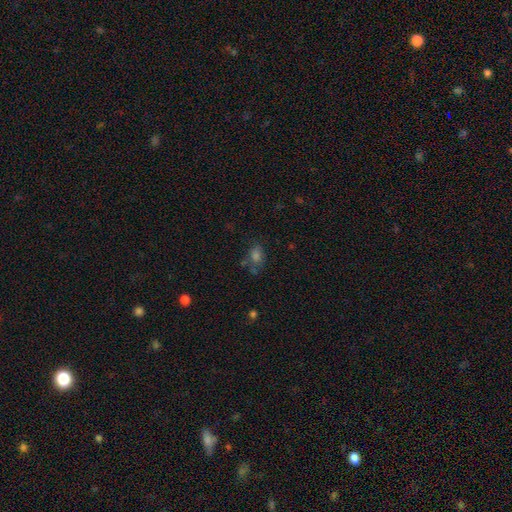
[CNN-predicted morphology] Smooth or featured: smooth — 64% (star or artifact — 25%)
How rounded: in between — 62% (round — 36%)
Merging: none — 63% (minor disturbance — 19%)